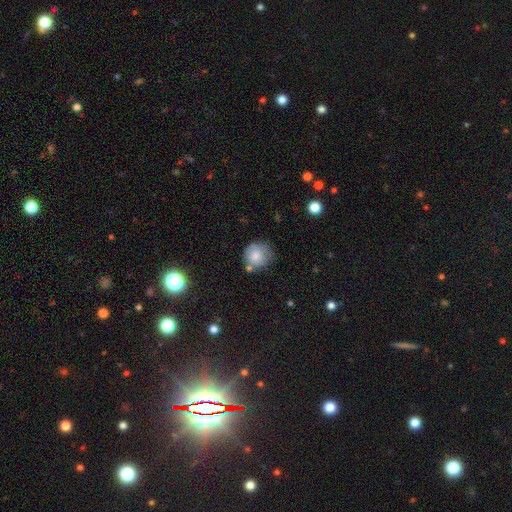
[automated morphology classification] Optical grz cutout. It shows a smooth galaxy with no disk features (76%) that is round (89%). Merging: none (62%).